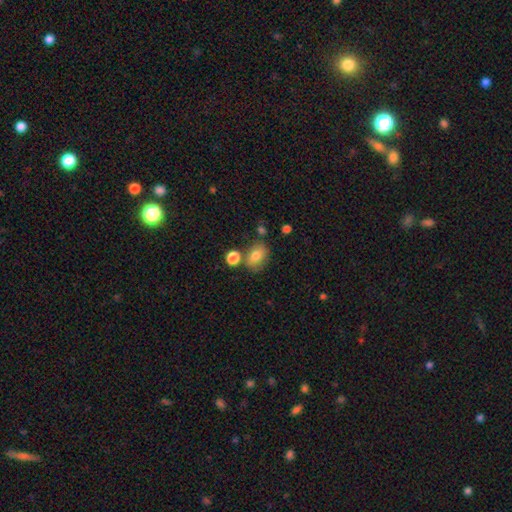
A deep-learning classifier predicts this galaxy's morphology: The model was most divided on "how rounded": in between: 70%, round: 29%, cigar-shaped: 2%. More confident: smooth or featured — smooth (76%); merging — none (67%).